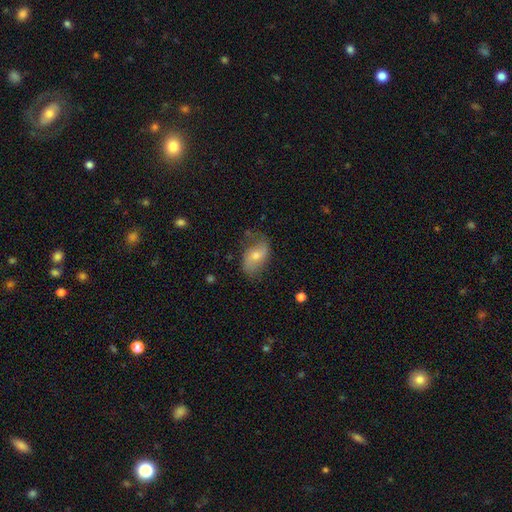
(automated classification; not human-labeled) Overall: featured or disk (57%; smooth 34%). Edge-on disk: no (94%). Bar: no (55%; weak 33%). Spiral arms: yes (80%). Bulge size: small (48%; moderate 47%). Merging: none (65%).